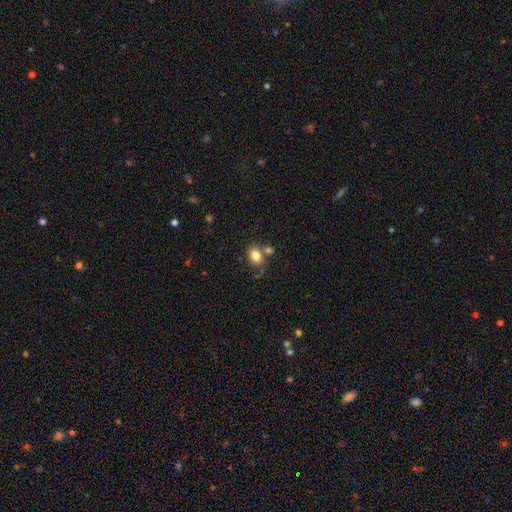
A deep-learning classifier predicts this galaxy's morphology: Smooth or featured? Predicted: smooth (p=0.81). How rounded? Predicted: in between (p=0.57). Merging? Predicted: none (p=0.57).